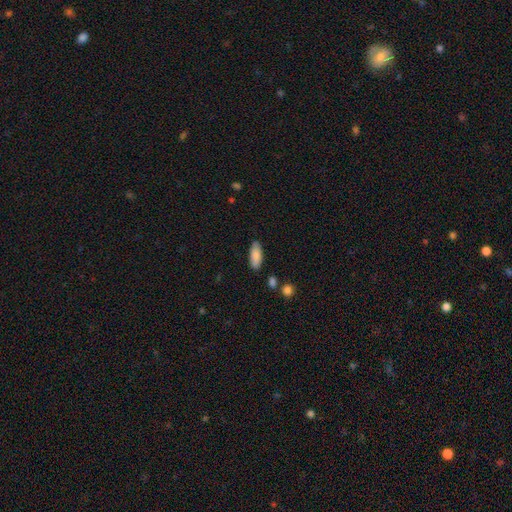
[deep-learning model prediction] smooth_or_featured: smooth (p=0.86) [alt: featured or disk p=0.08]
how_rounded: in between (p=0.73) [alt: cigar-shaped p=0.25]
merging: none (p=0.84) [alt: minor disturbance p=0.11]